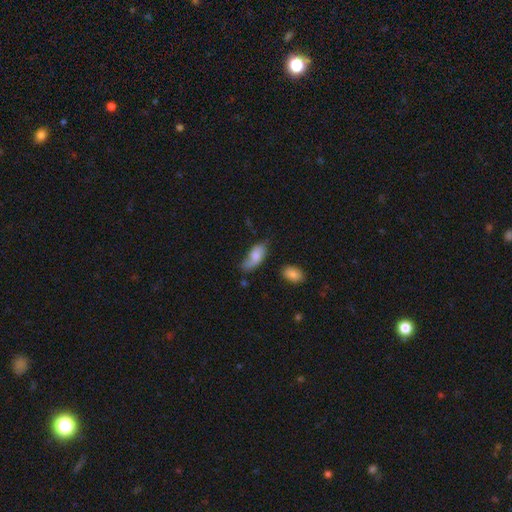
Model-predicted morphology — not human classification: A smooth galaxy with no disk features (63%) that is in between round and cigar-shaped (90%). Merging: none (44%).